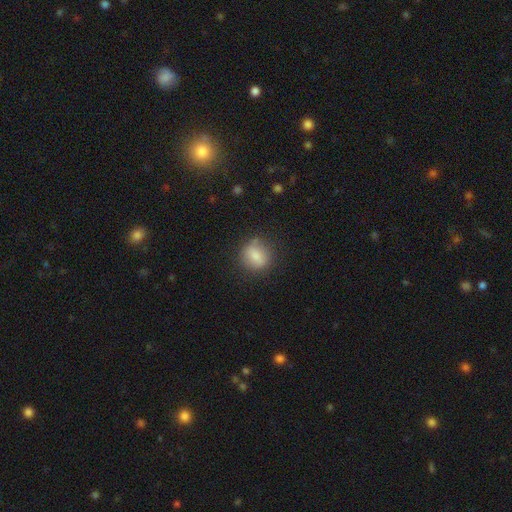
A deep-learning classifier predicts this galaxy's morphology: This is likely a smooth galaxy (78%). How rounded: likely round (70%). Merging: likely none (75%).